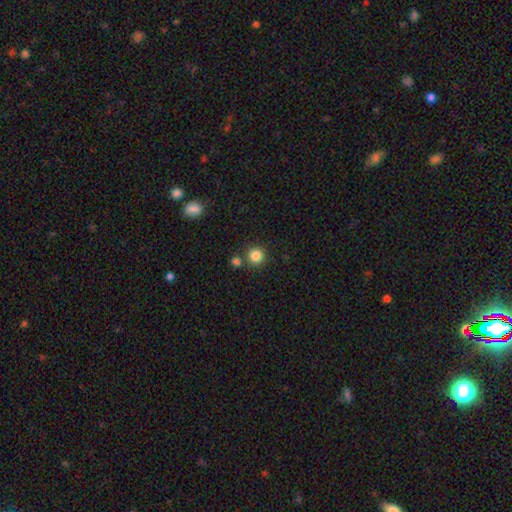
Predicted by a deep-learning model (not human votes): Smooth or featured?
  - smooth: 84% *
  - star or artifact: 11%
  - featured or disk: 5%
How rounded?
  - round: 94% *
  - in between: 5%
  - cigar-shaped: 1%
Merging?
  - none: 78% *
  - merger: 12%
  - minor disturbance: 7%
  - major disturbance: 3%